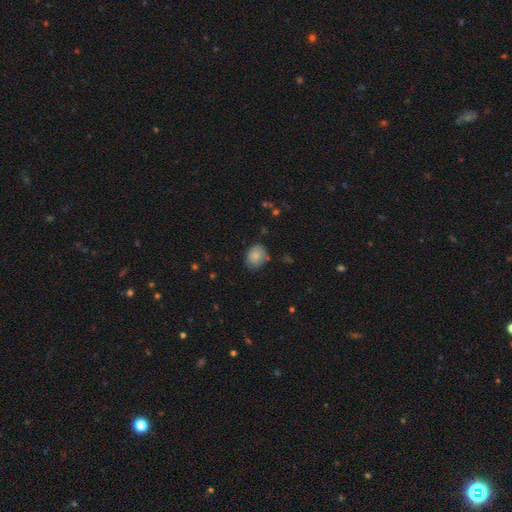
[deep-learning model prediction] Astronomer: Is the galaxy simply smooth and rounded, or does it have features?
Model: smooth — 82%.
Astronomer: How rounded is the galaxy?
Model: round — 57% (runner-up: in between, 42%).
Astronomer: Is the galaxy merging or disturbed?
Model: none — 69%.